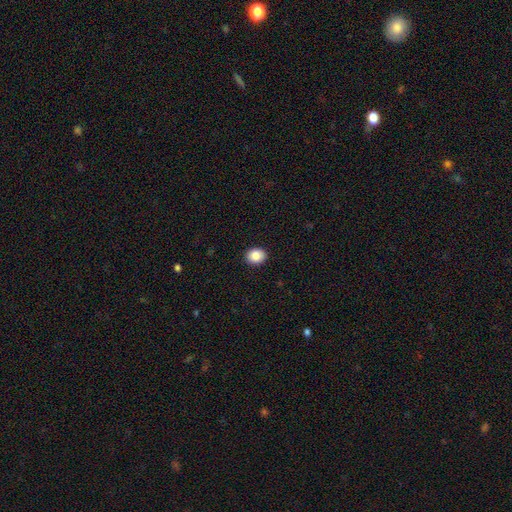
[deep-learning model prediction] smooth_or_featured: smooth (p=0.85) [alt: star or artifact p=0.09]
how_rounded: round (p=0.54) [alt: in between p=0.45]
merging: none (p=0.92) [alt: minor disturbance p=0.06]